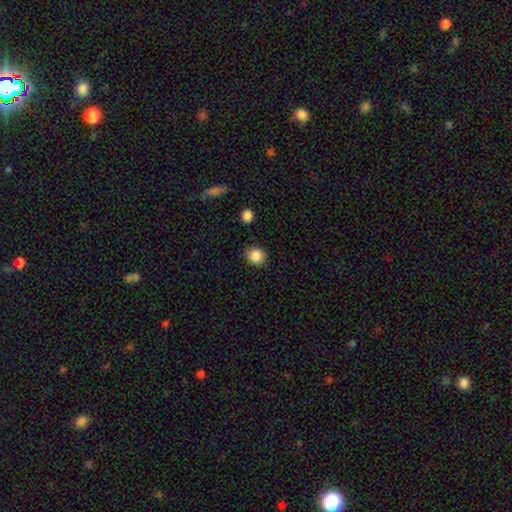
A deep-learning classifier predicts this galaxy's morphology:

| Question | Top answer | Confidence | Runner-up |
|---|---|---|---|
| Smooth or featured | smooth | 87% | star or artifact (9%) |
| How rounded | round | 71% | in between (28%) |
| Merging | none | 84% | minor disturbance (11%) |